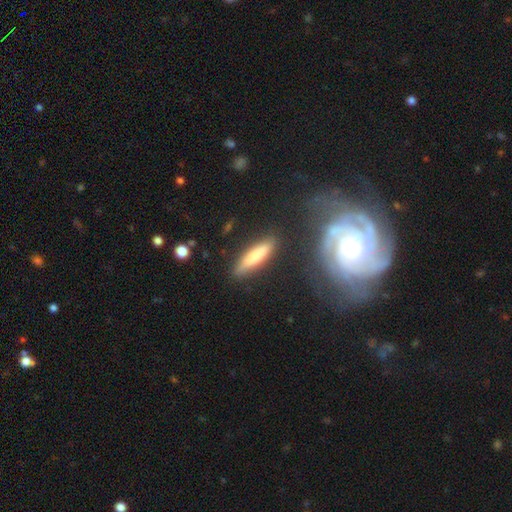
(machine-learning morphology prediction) This appears to be a smooth galaxy with no disk features (71%) that is cigar-shaped (79%). Merging: none (85%).